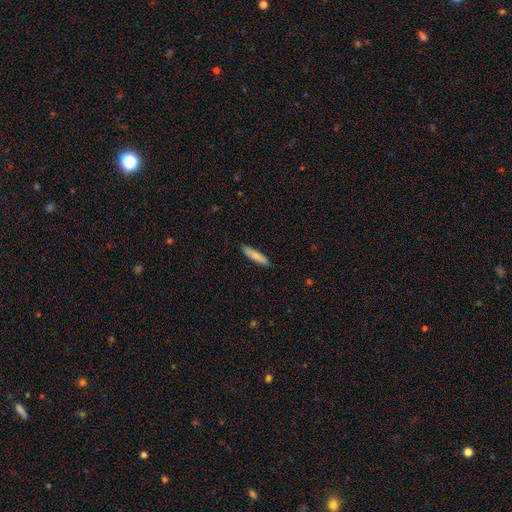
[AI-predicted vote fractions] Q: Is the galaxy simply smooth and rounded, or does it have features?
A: smooth — 81%.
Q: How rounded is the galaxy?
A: cigar-shaped — 83%.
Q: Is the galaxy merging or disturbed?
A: none — 89%.